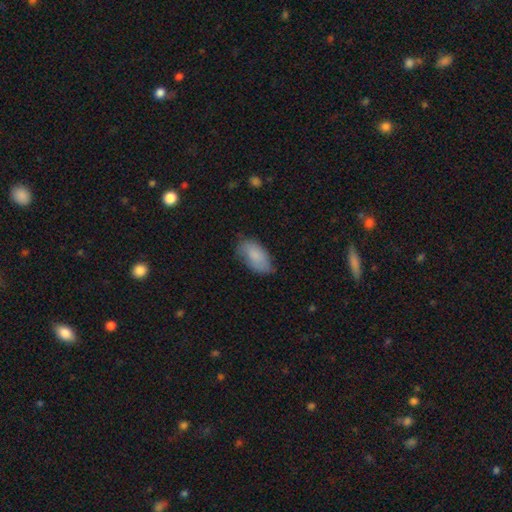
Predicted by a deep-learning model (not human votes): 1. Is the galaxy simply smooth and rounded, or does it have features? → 84% smooth, 10% featured or disk, 6% star or artifact.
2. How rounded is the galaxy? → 93% in between, 4% cigar-shaped, 3% round.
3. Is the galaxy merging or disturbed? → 64% none, 29% minor disturbance, 6% major disturbance, 1% merger.